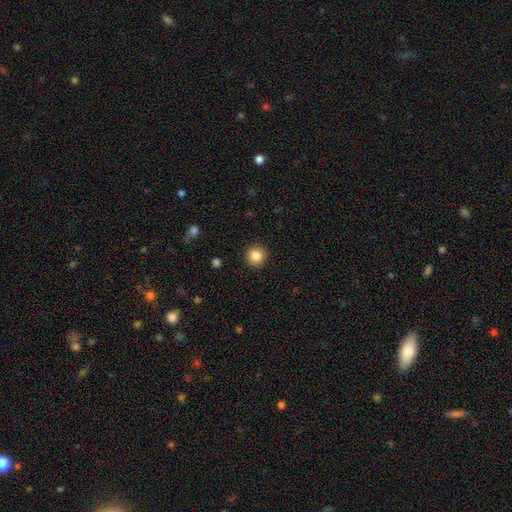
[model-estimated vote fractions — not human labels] smooth 85%, star or artifact 10%, featured or disk 6%. Down the decision tree: how rounded — round (94%); merging — none (92%).